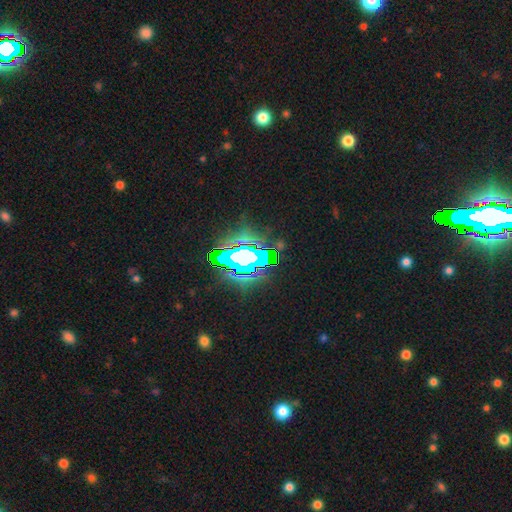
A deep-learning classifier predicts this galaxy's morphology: Overall: star or artifact (73%).